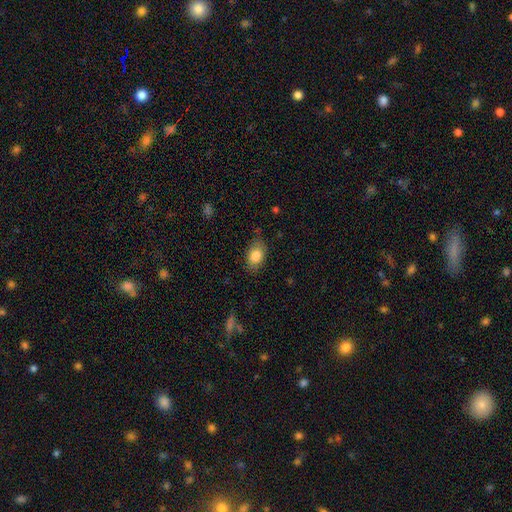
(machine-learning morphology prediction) The model was most divided on "merging": none: 78%, minor disturbance: 17%, major disturbance: 4%, merger: 1%. More confident: how rounded — in between (88%); smooth or featured — smooth (84%).